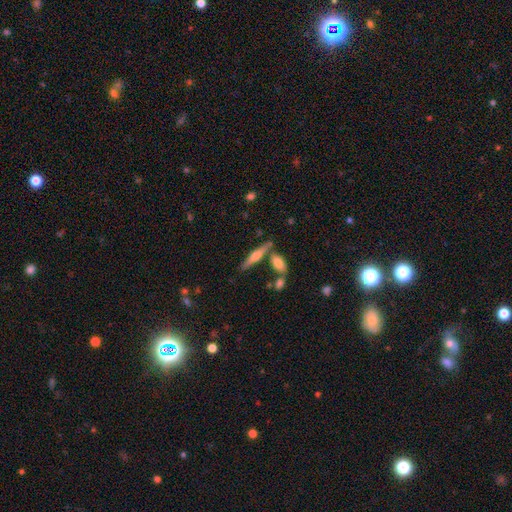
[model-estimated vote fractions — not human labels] Overall: featured or disk (54%; smooth 39%). Edge-on disk: yes (94%). Edge-on bulge: rounded (82%). Merging: none (70%).